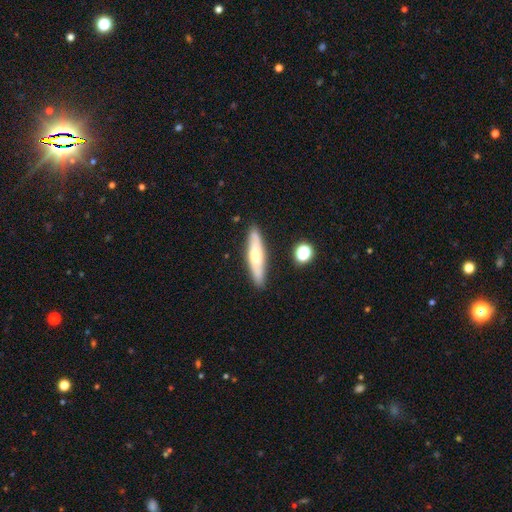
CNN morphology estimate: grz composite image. It shows a smooth galaxy with no disk features (52%) that is cigar-shaped (79%). Merging: none (86%).